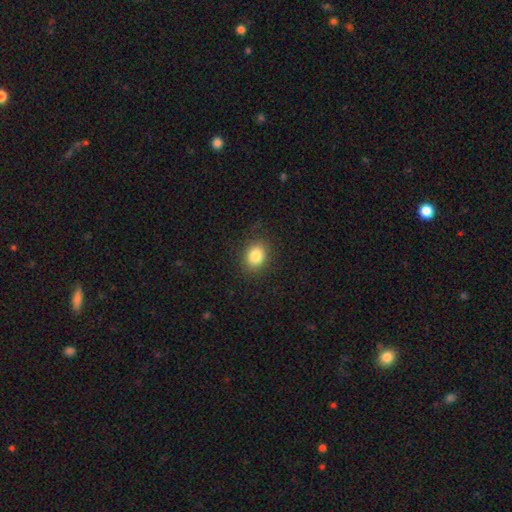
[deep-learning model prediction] A smooth galaxy with no disk features (84%) that is round (53%). Merging: none (84%).